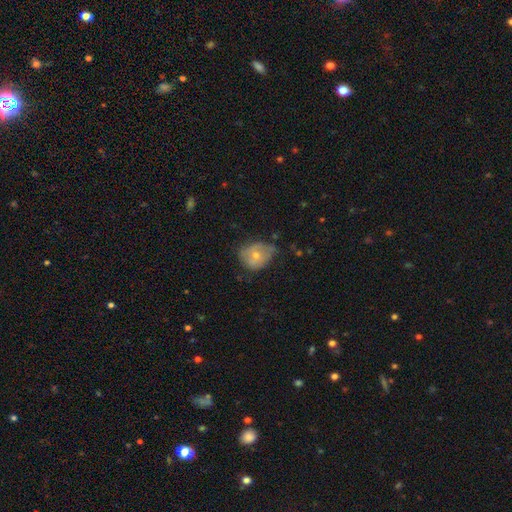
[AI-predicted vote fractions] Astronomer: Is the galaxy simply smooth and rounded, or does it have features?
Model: smooth — 60%.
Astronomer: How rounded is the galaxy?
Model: round — 54% (runner-up: in between, 45%).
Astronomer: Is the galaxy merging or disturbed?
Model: none — 43% (runner-up: minor disturbance, 40%).